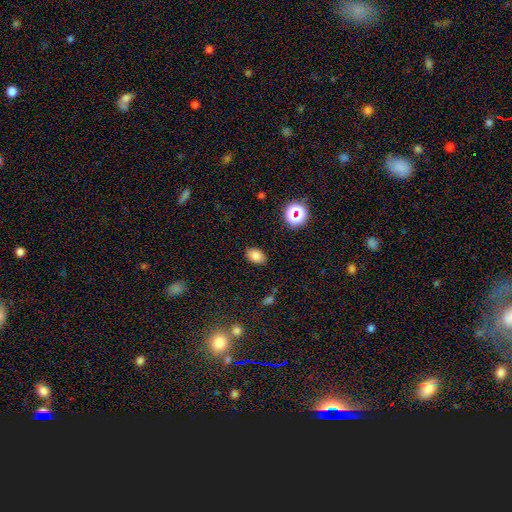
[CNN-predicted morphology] A smooth galaxy with no disk features (81%) that is in between round and cigar-shaped (85%).

Vote fractions:
- Smooth or featured? smooth: 81% / star or artifact: 13% / featured or disk: 6%
- How rounded? in between: 85% / round: 14% / cigar-shaped: 1%
- Merging? none: 86% / minor disturbance: 10% / major disturbance: 3% / merger: 1%